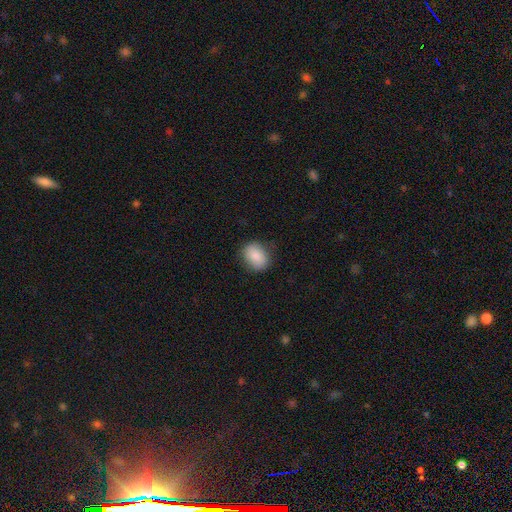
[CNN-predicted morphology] This is clearly a smooth galaxy (86%). How rounded: possibly in between (54%). Merging: clearly none (82%).